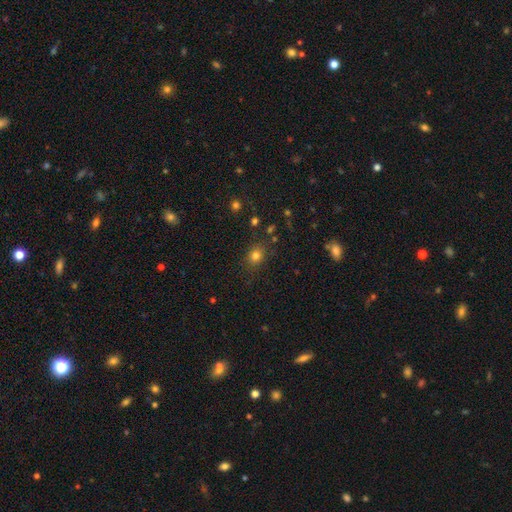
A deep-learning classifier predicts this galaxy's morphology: Smooth or featured?
  - smooth: 78% *
  - star or artifact: 16%
  - featured or disk: 7%
How rounded?
  - round: 66% *
  - in between: 33%
  - cigar-shaped: 1%
Merging?
  - none: 81% *
  - minor disturbance: 12%
  - major disturbance: 4%
  - merger: 3%